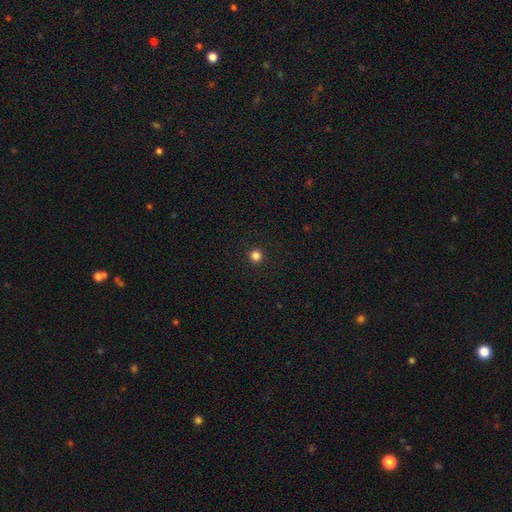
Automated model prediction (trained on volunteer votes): Smooth or featured? Predicted: smooth (p=0.83). How rounded? Predicted: round (p=0.95). Merging? Predicted: none (p=0.94).